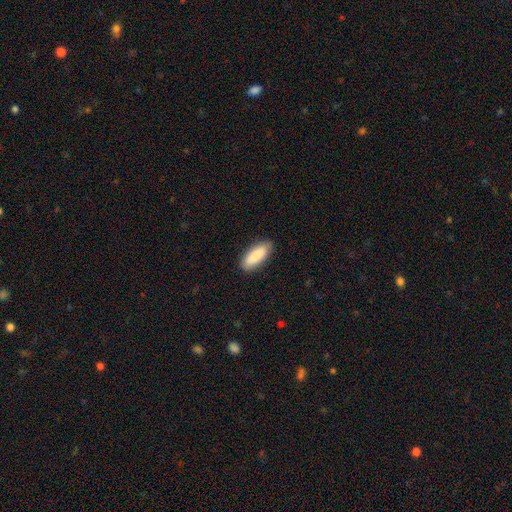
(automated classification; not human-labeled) smooth 88%, featured or disk 7%, star or artifact 5%. Down the decision tree: how rounded — in between (75%); merging — none (87%).